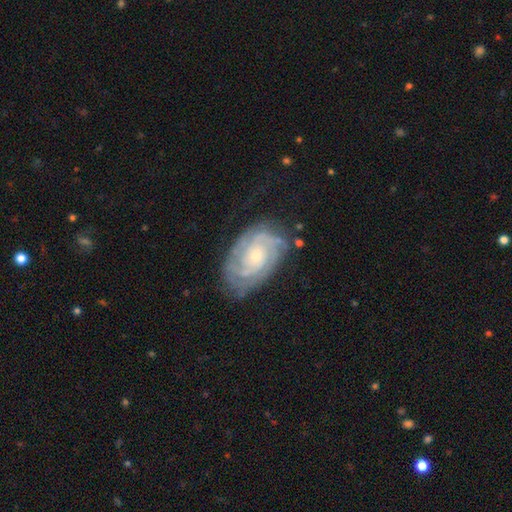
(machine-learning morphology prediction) type=featured or disk (84%); edge-on=no (96%); bar=no (72%); spiral arms=yes (96%); winding=tight (70%); arm count=2 (33%); bulge=small (61%); merging=none (72%).